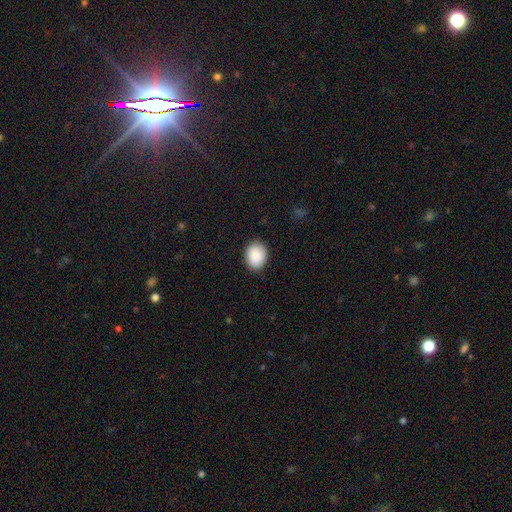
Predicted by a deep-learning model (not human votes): A smooth galaxy with no disk features (90%) that is in between round and cigar-shaped (62%). Merging: none (87%).